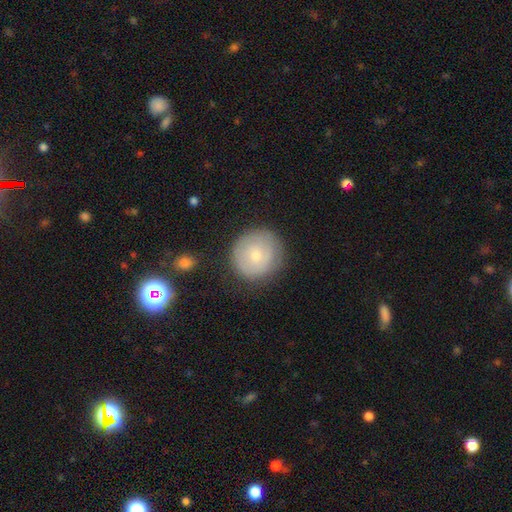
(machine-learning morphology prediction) Smooth or featured? smooth (64%)
How rounded? round (92%)
Merging? none (80%)